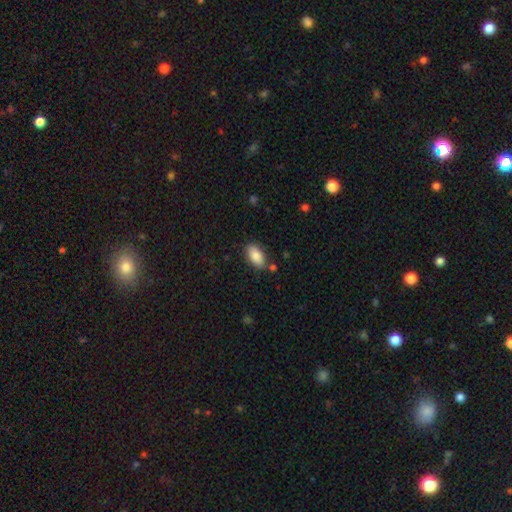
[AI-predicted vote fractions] smooth_or_featured: smooth (p=0.85) [alt: featured or disk p=0.08]
how_rounded: in between (p=0.92) [alt: cigar-shaped p=0.05]
merging: none (p=0.80) [alt: minor disturbance p=0.12]